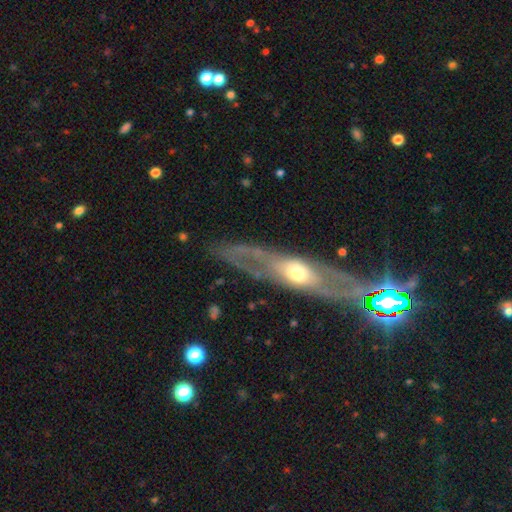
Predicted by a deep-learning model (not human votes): Overall: featured or disk (76%). Edge-on disk: no (57%; yes 43%). Merging: none (78%).